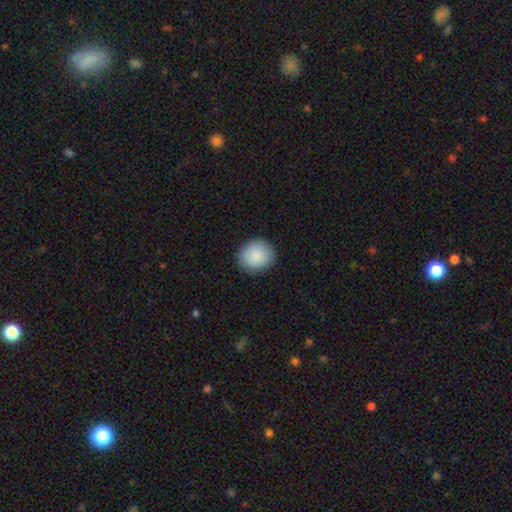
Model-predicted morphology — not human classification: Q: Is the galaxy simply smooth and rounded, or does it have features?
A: smooth — 88%.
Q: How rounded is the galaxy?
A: round — 81%.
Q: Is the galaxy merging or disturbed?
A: none — 89%.